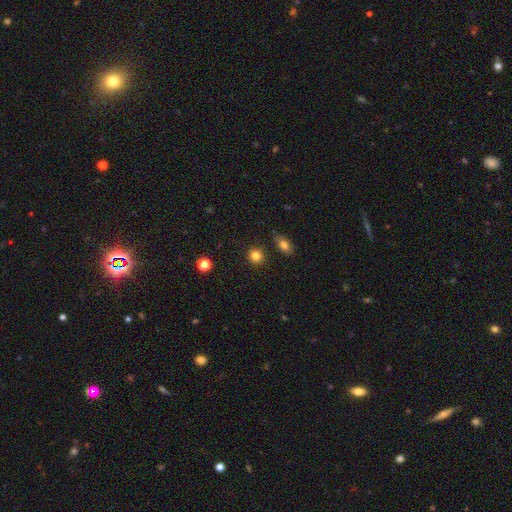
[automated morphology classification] Smooth or featured: smooth — 83% (star or artifact — 12%)
How rounded: round — 89% (in between — 10%)
Merging: none — 88% (minor disturbance — 7%)